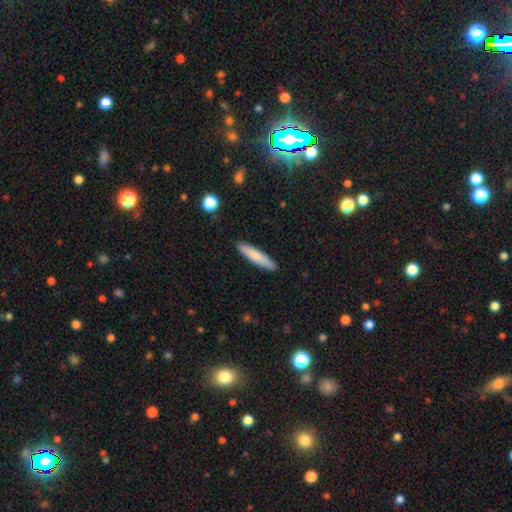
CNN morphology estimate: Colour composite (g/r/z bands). It shows a smooth galaxy with no disk features (79%) that is cigar-shaped (86%). Merging: none (90%).